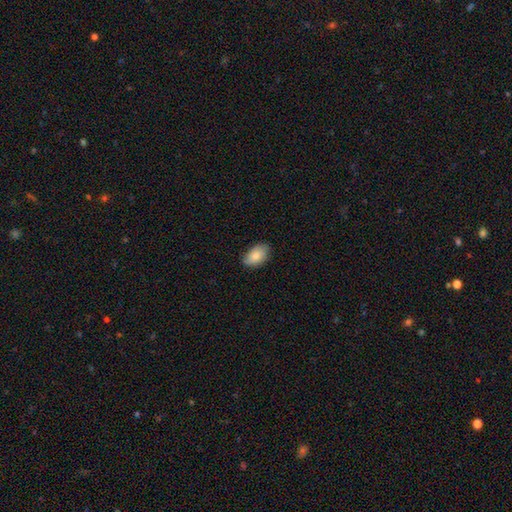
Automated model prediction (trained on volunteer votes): Smooth or featured? smooth (79%)
How rounded? in between (92%)
Merging? none (74%)